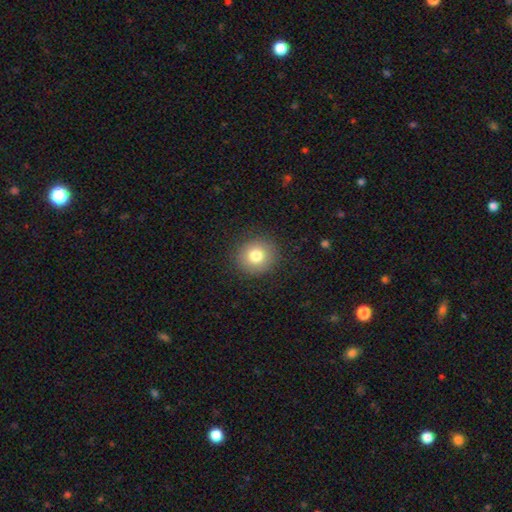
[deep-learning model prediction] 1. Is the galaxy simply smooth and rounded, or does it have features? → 80% smooth, 10% featured or disk, 10% star or artifact.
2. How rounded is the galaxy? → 90% round, 9% in between, 1% cigar-shaped.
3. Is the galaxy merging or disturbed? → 89% none, 7% minor disturbance, 3% major disturbance, 1% merger.